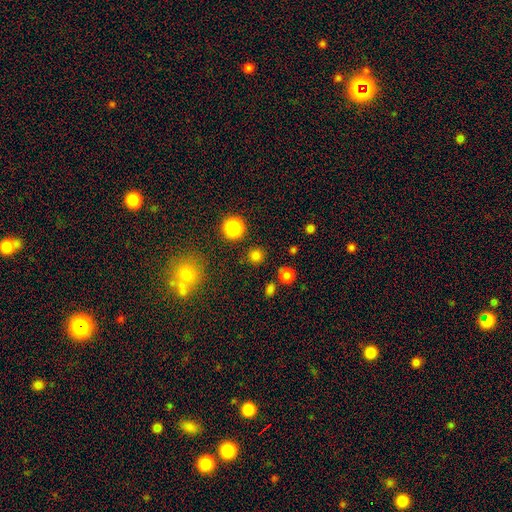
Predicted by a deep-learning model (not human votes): Overall: smooth (78%). How rounded: round (92%). Merging: none (87%).